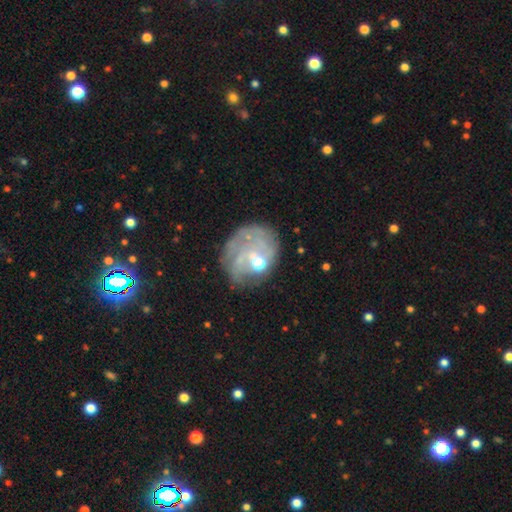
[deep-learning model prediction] Smooth or featured? featured or disk (59%)
Edge-on disk? no (97%)
Bar? no (70%)
Spiral arms? yes (53%)
Bulge size? moderate (49%)
Merging? none (52%)